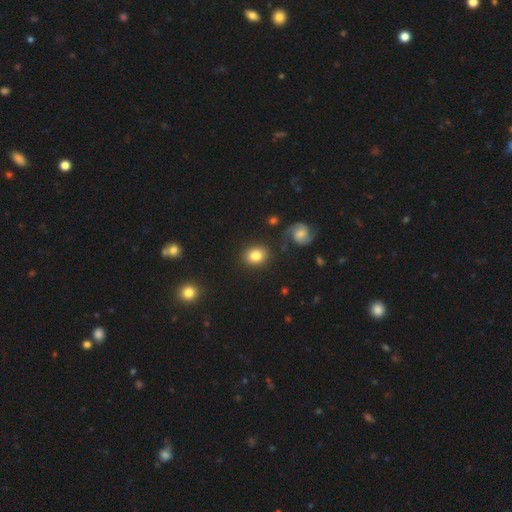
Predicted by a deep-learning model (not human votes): Smooth or featured? smooth (81%)
How rounded? round (58%)
Merging? none (84%)